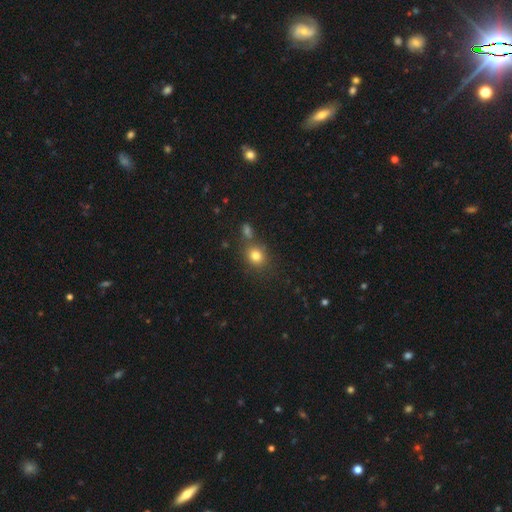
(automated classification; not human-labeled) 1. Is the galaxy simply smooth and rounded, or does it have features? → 80% smooth, 13% star or artifact, 7% featured or disk.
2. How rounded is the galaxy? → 69% round, 30% in between, 1% cigar-shaped.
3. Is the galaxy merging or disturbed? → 69% none, 15% merger, 12% minor disturbance, 4% major disturbance.